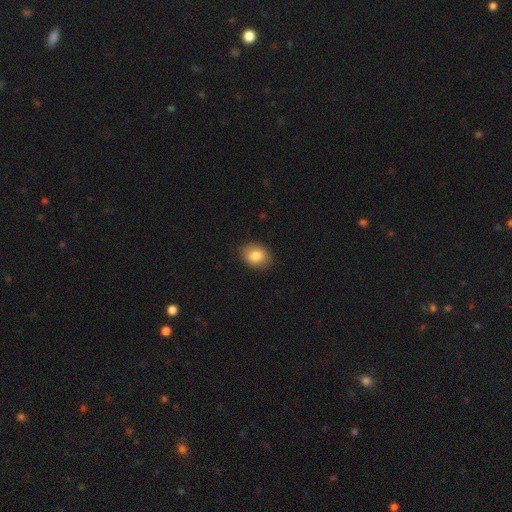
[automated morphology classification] This is clearly a smooth galaxy (83%). How rounded: likely in between (65%). Merging: clearly none (88%).